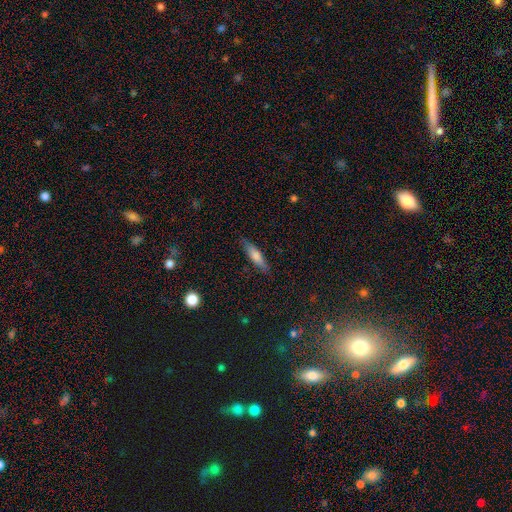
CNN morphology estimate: The model was most divided on "smooth or featured": smooth: 64%, featured or disk: 29%, star or artifact: 7%. More confident: merging — none (86%); how rounded — cigar-shaped (79%).